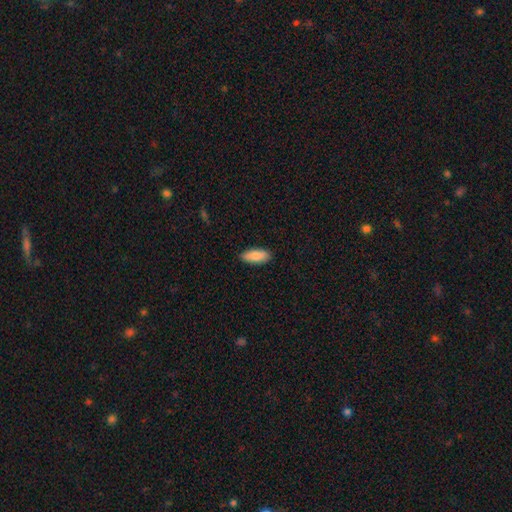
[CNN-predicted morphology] A smooth galaxy with no disk features (88%) that is in between round and cigar-shaped (80%).

Vote fractions:
- Smooth or featured? smooth: 88% / featured or disk: 6% / star or artifact: 6%
- How rounded? in between: 80% / cigar-shaped: 18% / round: 2%
- Merging? none: 88% / minor disturbance: 9% / major disturbance: 2% / merger: 1%